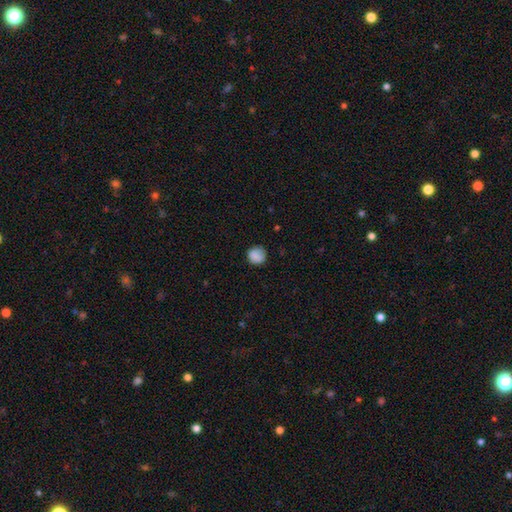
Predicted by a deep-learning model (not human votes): smooth-or-featured: smooth: 87% | star or artifact: 8% | featured or disk: 5%
  how-rounded: round: 89% | in between: 10% | cigar-shaped: 1%
  merging: none: 81% | minor disturbance: 15% | major disturbance: 3% | merger: 1%